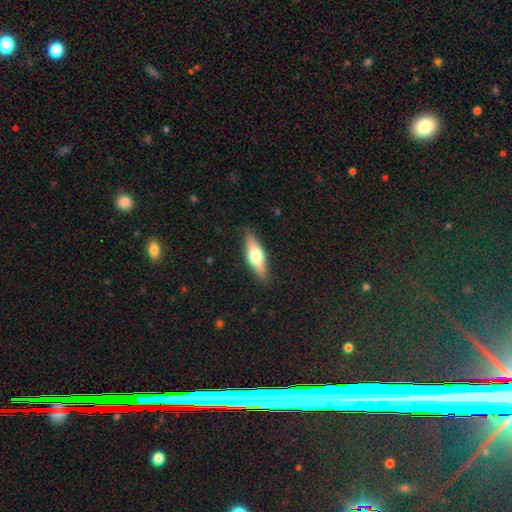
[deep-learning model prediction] Q: Smooth or featured?
A: smooth (53%); runner-up: featured or disk (41%)
Q: How rounded?
A: in between (56%); runner-up: cigar-shaped (41%)
Q: Merging?
A: none (87%); runner-up: minor disturbance (10%)